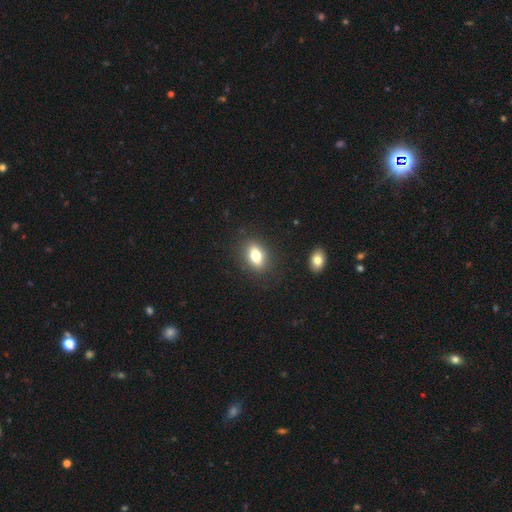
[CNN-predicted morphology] This appears to be a smooth galaxy with no disk features (72%) that is in between round and cigar-shaped (80%). Merging: none (85%).